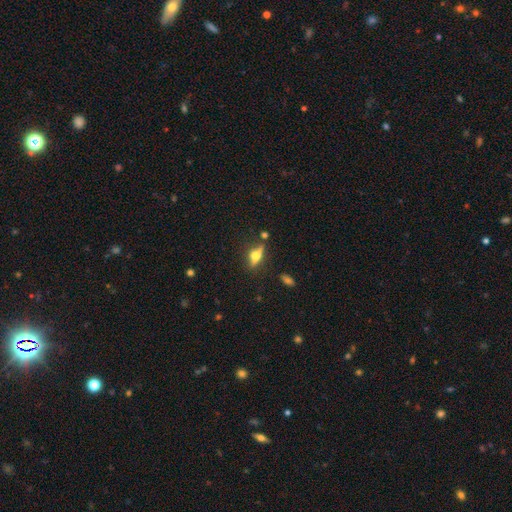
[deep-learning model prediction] Overall: featured or disk (55%; smooth 34%). Edge-on disk: yes (91%). Edge-on bulge: rounded (94%). Merging: none (73%).